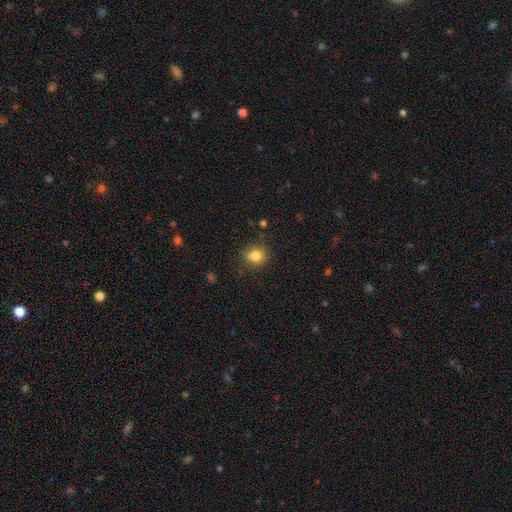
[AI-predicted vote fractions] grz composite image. It shows a smooth galaxy with no disk features (82%) that is round (74%). Merging: none (81%).